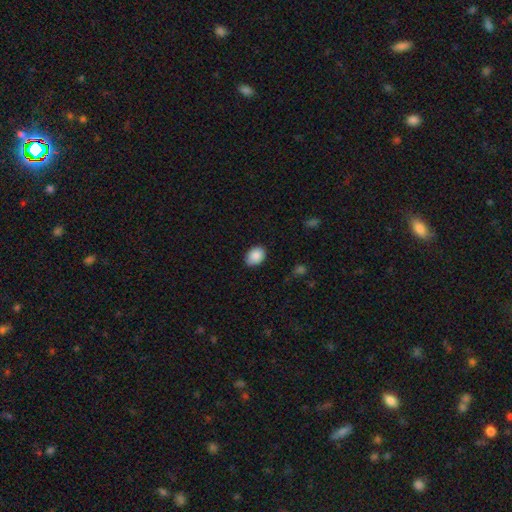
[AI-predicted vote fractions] smooth_or_featured: smooth (p=0.89) [alt: star or artifact p=0.07]
how_rounded: in between (p=0.71) [alt: round p=0.28]
merging: none (p=0.85) [alt: minor disturbance p=0.12]